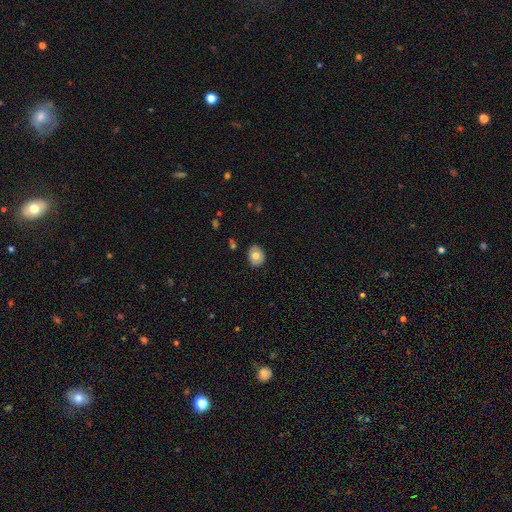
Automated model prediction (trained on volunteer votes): Morphology: type=smooth (69%); roundness=round (51%); merging=none (86%).